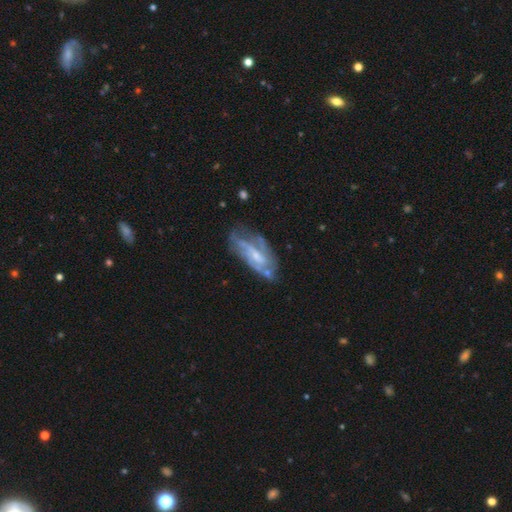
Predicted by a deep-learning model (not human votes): A featured or disk galaxy (73%) with no bar (46%), spiral arms (72%) and a small central bulge (55%). Merging: none (51%).